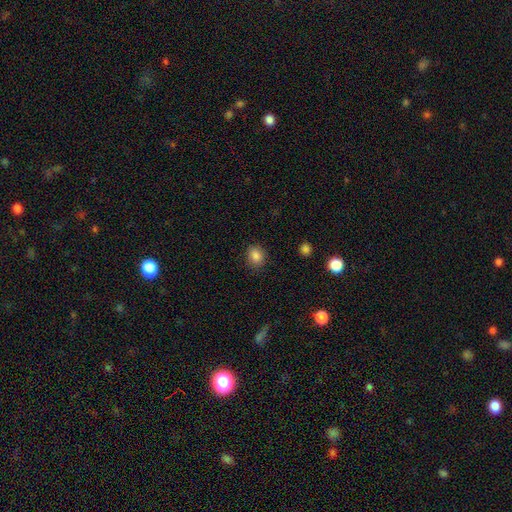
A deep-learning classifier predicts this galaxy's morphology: Overall: smooth (85%). How rounded: round (53%; in between 46%). Merging: none (86%).